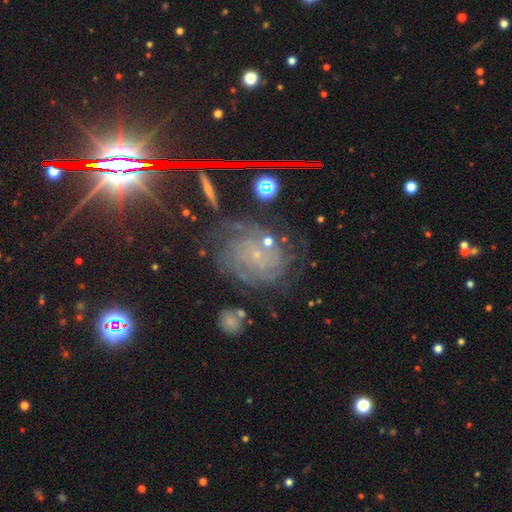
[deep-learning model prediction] A featured or disk galaxy (67%) with no bar (71%), tight (70%) spiral arms (93%) and a small central bulge (82%). Merging: none (69%).